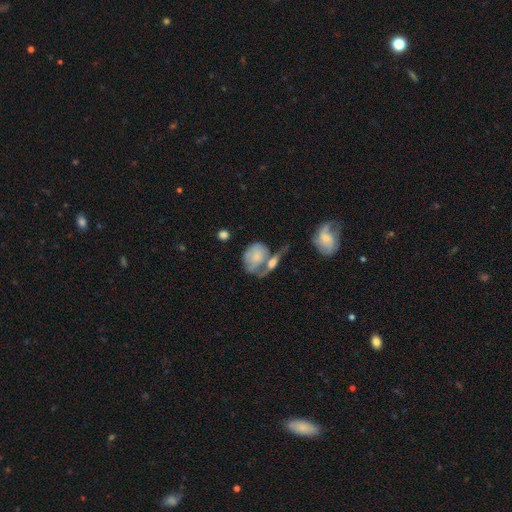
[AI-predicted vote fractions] Smooth or featured: smooth — 56% (featured or disk — 36%)
How rounded: in between — 62% (round — 35%)
Merging: merger — 42% (none — 23%)